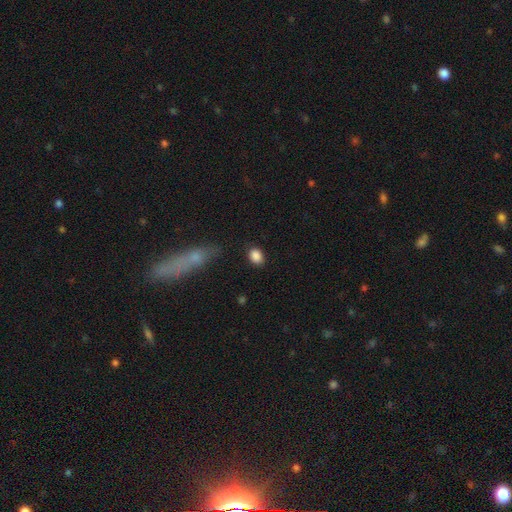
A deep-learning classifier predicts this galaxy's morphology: This is clearly a smooth galaxy (87%). How rounded: likely in between (67%). Merging: clearly none (84%).